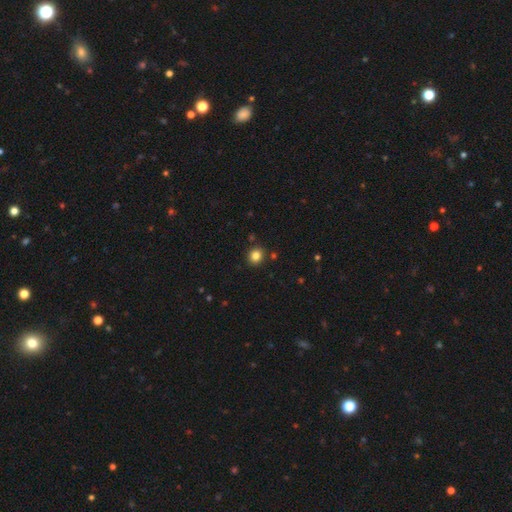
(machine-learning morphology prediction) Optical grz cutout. It shows a smooth galaxy with no disk features (83%) that is round (83%). Merging: none (89%).